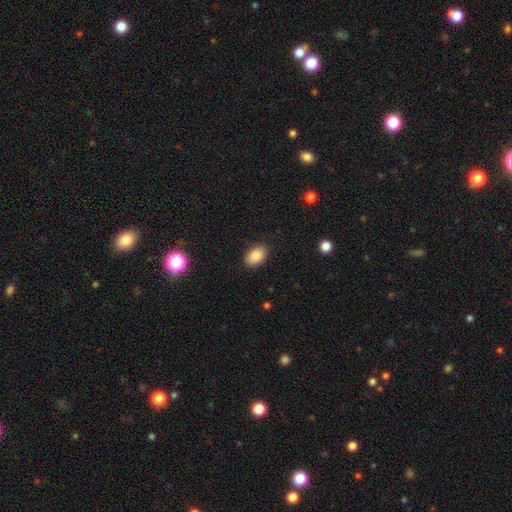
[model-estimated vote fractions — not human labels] Overall: smooth (86%). How rounded: in between (87%). Merging: none (87%).